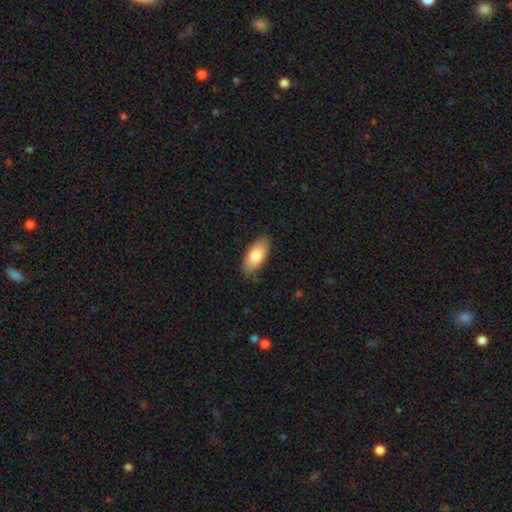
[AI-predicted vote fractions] smooth-or-featured: smooth: 82% | featured or disk: 12% | star or artifact: 6%
  how-rounded: in between: 90% | cigar-shaped: 8% | round: 2%
  merging: none: 81% | minor disturbance: 15% | major disturbance: 3% | merger: 1%